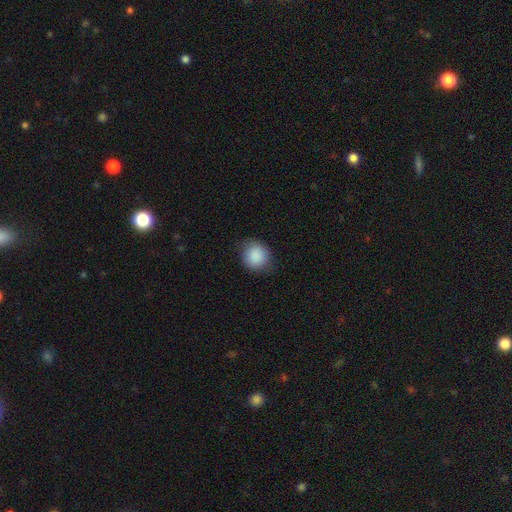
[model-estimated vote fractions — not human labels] Overall: smooth (89%). How rounded: round (83%). Merging: none (81%).